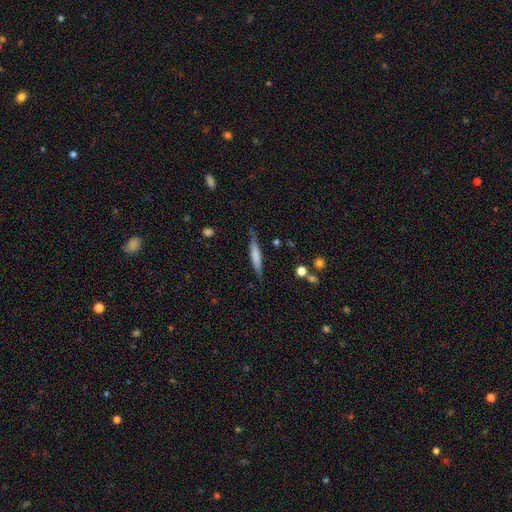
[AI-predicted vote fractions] Overall: smooth (61%; featured or disk 33%). How rounded: cigar-shaped (89%). Merging: none (76%).